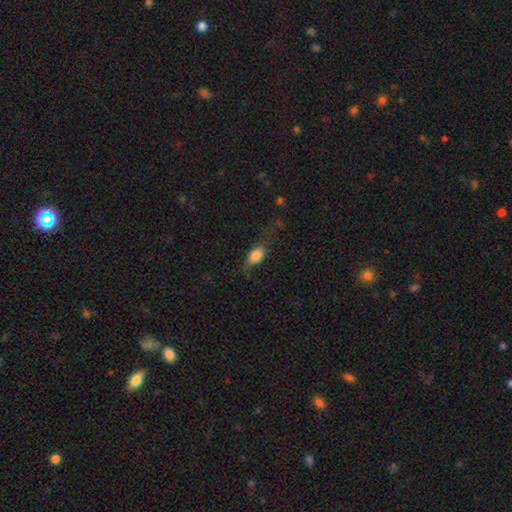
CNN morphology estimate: This appears to be a smooth galaxy with no disk features (74%) that is in between round and cigar-shaped (84%). Merging: none (48%).